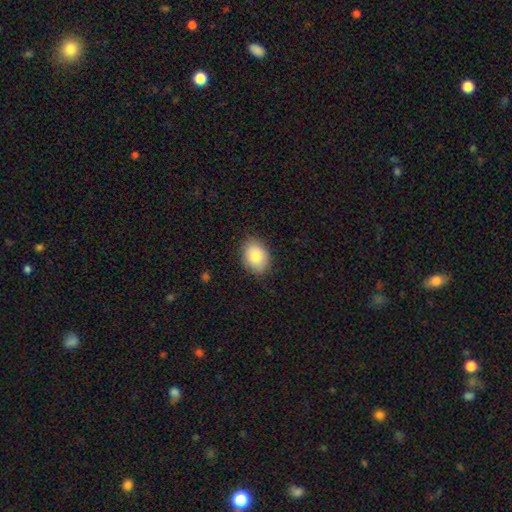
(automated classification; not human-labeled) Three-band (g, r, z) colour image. It shows a smooth galaxy with no disk features (81%) that is in between round and cigar-shaped (73%). Merging: none (84%).